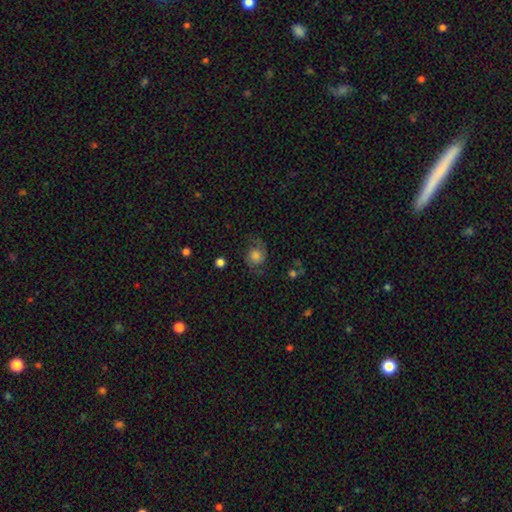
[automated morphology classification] Smooth or featured? featured or disk (54%)
Edge-on disk? no (97%)
Bar? no (75%)
Spiral arms? yes (91%)
Bulge size? large (33%)
Merging? none (69%)